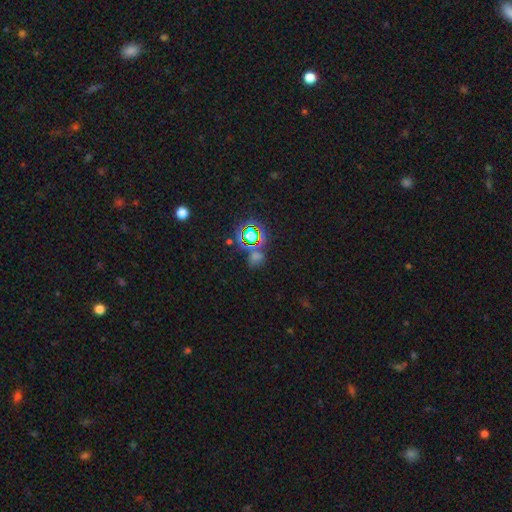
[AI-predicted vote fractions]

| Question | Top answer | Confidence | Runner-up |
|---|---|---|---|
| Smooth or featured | star or artifact | 65% | smooth (27%) |